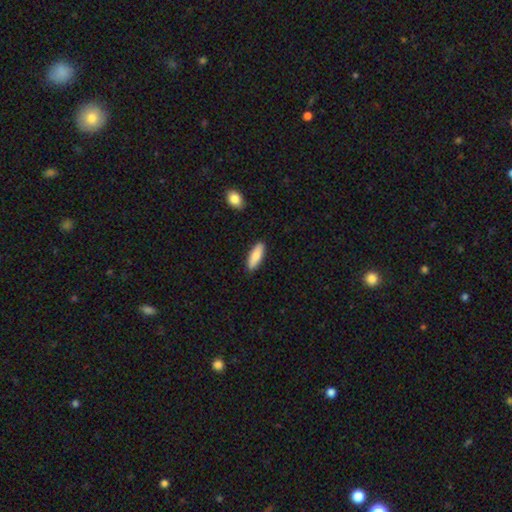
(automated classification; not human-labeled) Overall: smooth (81%). How rounded: in between (55%; cigar-shaped 43%). Merging: none (89%).